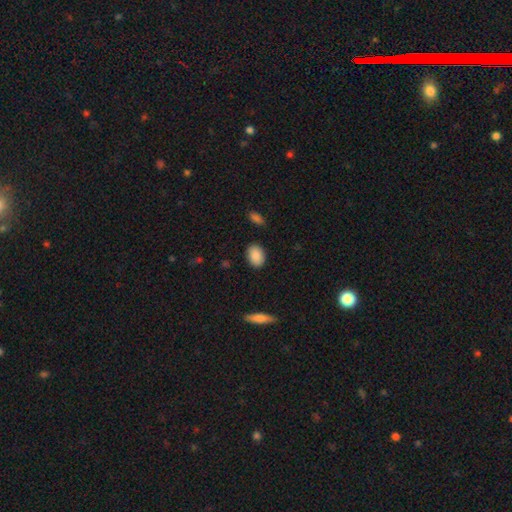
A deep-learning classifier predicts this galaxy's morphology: Smooth or featured? smooth (90%)
How rounded? in between (81%)
Merging? none (87%)